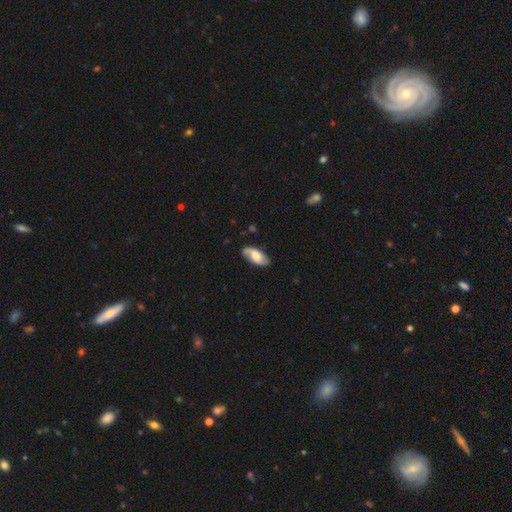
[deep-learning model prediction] Smooth or featured? Predicted: featured or disk (p=0.55). Edge-on disk? Predicted: no (p=0.91). Bar? Predicted: no (p=0.57). Spiral arms? Predicted: yes (p=0.88). Bulge size? Predicted: moderate (p=0.39). Merging? Predicted: none (p=0.77).